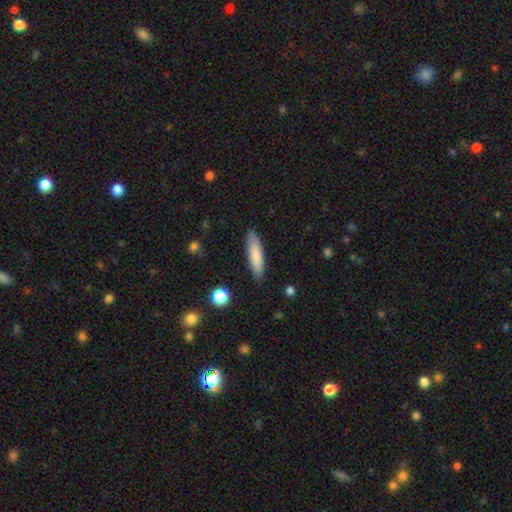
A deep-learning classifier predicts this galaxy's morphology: Smooth or featured?
  - smooth: 82% *
  - featured or disk: 12%
  - star or artifact: 6%
How rounded?
  - cigar-shaped: 72% *
  - in between: 27%
  - round: 1%
Merging?
  - none: 86% *
  - minor disturbance: 11%
  - major disturbance: 2%
  - merger: 1%